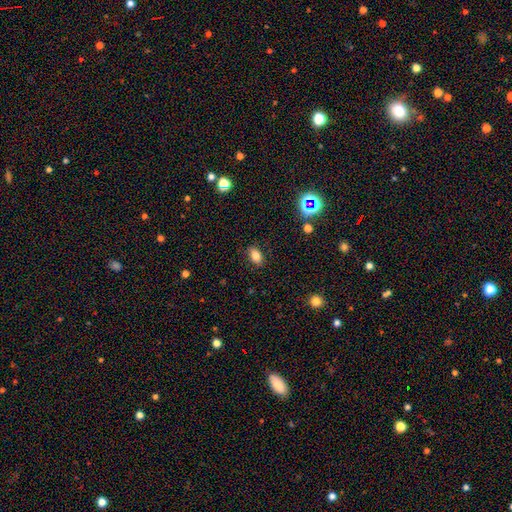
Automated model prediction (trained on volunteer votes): Morphology: type=smooth (79%); roundness=in between (85%); merging=none (87%).